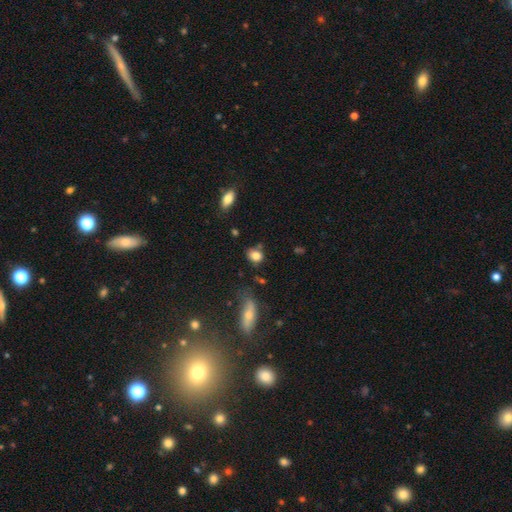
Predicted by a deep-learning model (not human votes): Smooth or featured?
  - smooth: 81% *
  - star or artifact: 10%
  - featured or disk: 9%
How rounded?
  - in between: 50% *
  - round: 47%
  - cigar-shaped: 2%
Merging?
  - none: 65% *
  - minor disturbance: 21%
  - merger: 8%
  - major disturbance: 6%